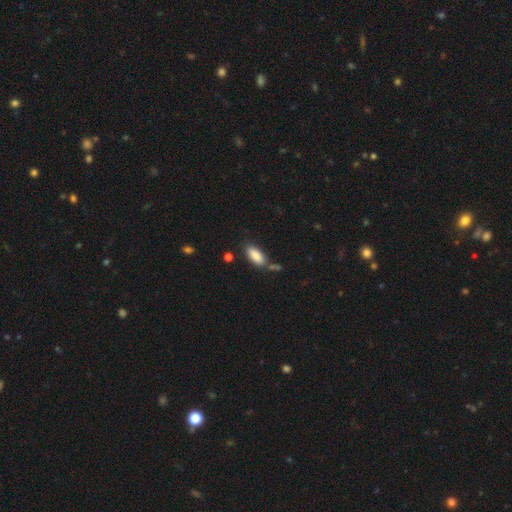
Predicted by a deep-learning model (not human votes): Smooth or featured? smooth (87%)
How rounded? in between (85%)
Merging? none (67%)